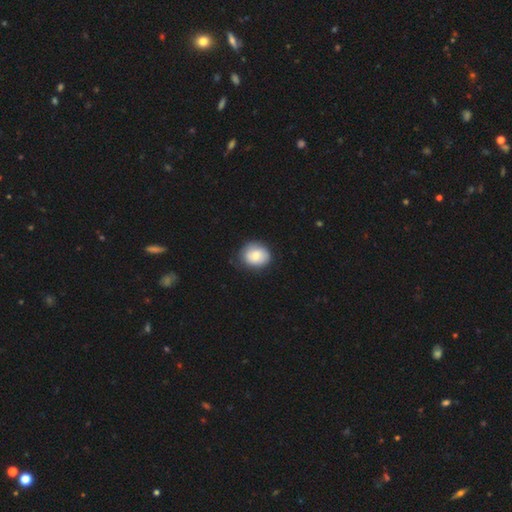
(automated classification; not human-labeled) This is likely a smooth galaxy (76%). How rounded: likely round (66%). Merging: likely none (77%).